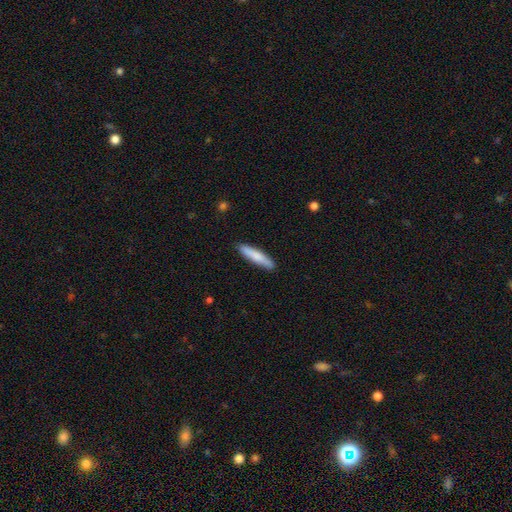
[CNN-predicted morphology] The model was most divided on "smooth or featured": smooth: 78%, featured or disk: 17%, star or artifact: 5%. More confident: merging — none (88%); how rounded — cigar-shaped (87%).